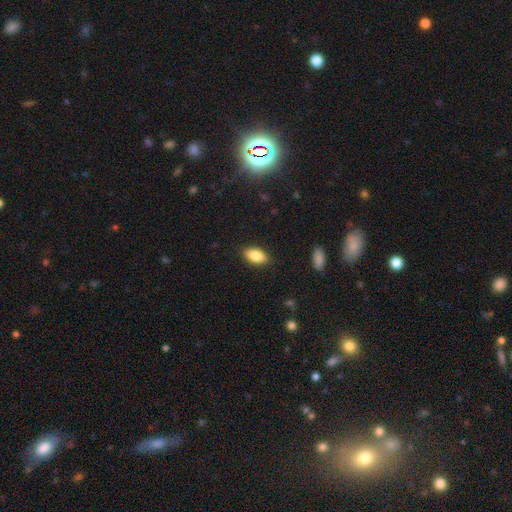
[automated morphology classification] smooth-or-featured: smooth: 84% | featured or disk: 8% | star or artifact: 7%
  how-rounded: in between: 90% | cigar-shaped: 6% | round: 4%
  merging: none: 86% | minor disturbance: 10% | major disturbance: 2% | merger: 1%